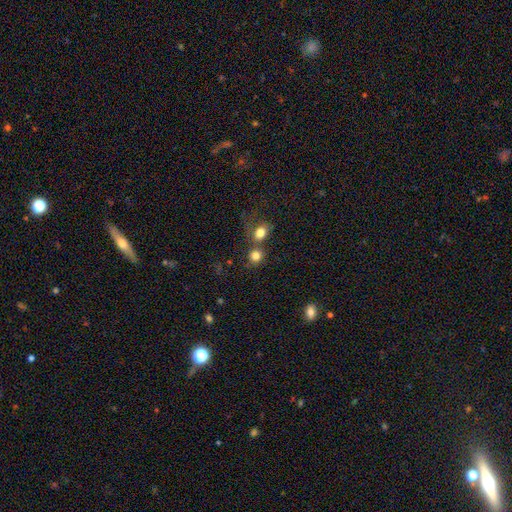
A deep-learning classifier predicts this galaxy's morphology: type=smooth (81%); roundness=round (80%); merging=none (52%).